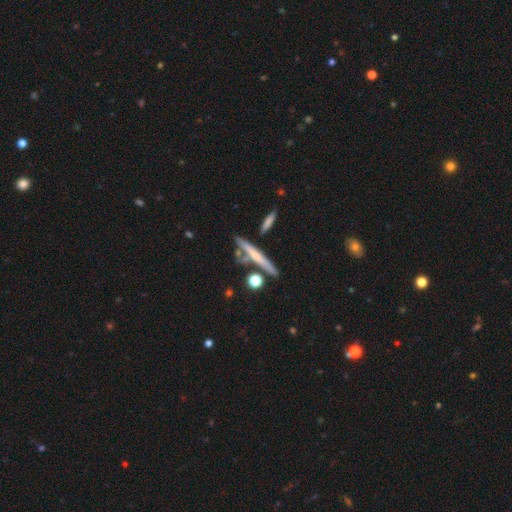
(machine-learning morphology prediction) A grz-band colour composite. It shows a featured or disk galaxy (53%) viewed edge-on (91%). Merging: none (72%).